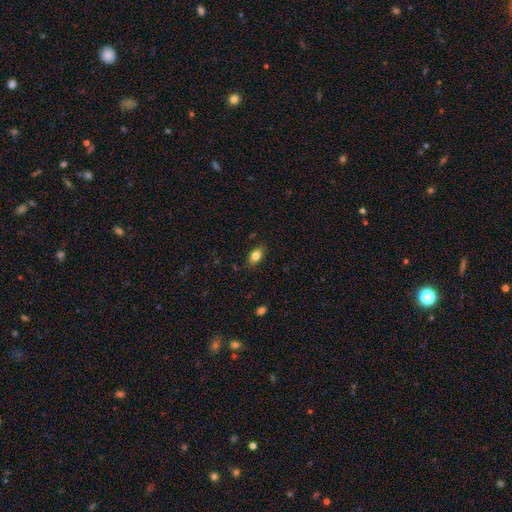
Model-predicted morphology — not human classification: A smooth galaxy with no disk features (82%) that is in between round and cigar-shaped (84%).

Vote fractions:
- Smooth or featured? smooth: 82% / star or artifact: 9% / featured or disk: 9%
- How rounded? in between: 84% / round: 13% / cigar-shaped: 3%
- Merging? none: 83% / minor disturbance: 14% / major disturbance: 3% / merger: 1%